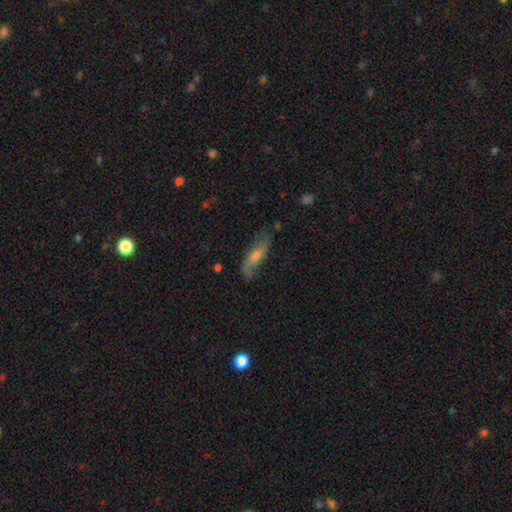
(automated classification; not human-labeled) Smooth or featured? featured or disk (66%)
Edge-on disk? no (75%)
Merging? none (69%)